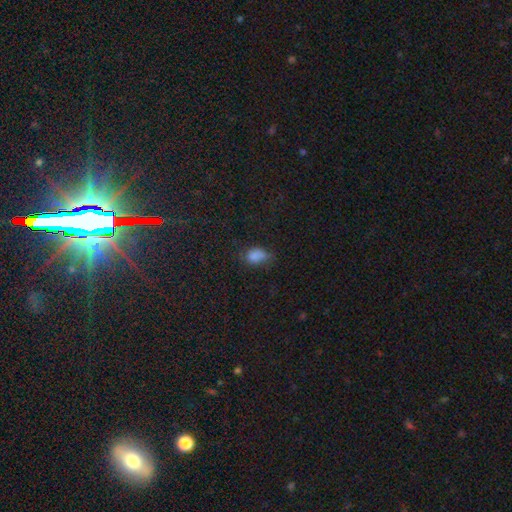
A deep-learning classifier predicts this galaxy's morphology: The model was most divided on "merging": none: 50%, minor disturbance: 34%, major disturbance: 13%, merger: 3%. More confident: how rounded — in between (81%); smooth or featured — smooth (79%).